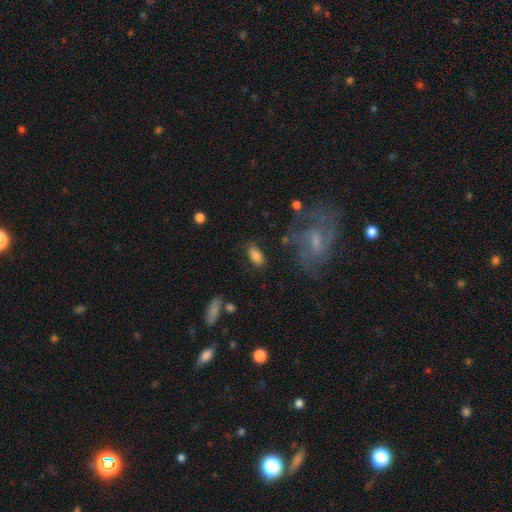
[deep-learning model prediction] Smooth or featured? Predicted: smooth (p=0.82). How rounded? Predicted: in between (p=0.92). Merging? Predicted: none (p=0.80).